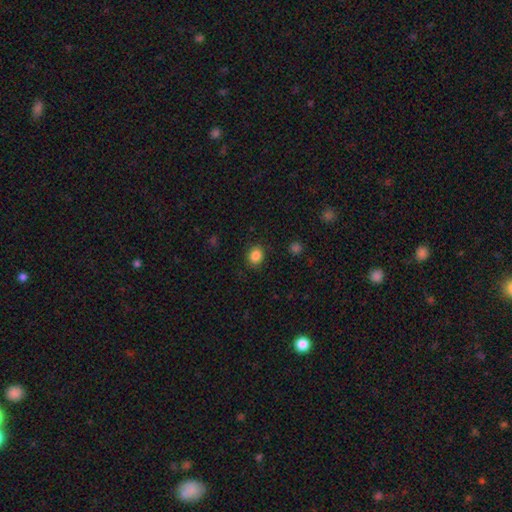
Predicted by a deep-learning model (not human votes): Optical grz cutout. It shows a smooth galaxy with no disk features (86%) that is round (61%). Merging: none (87%).